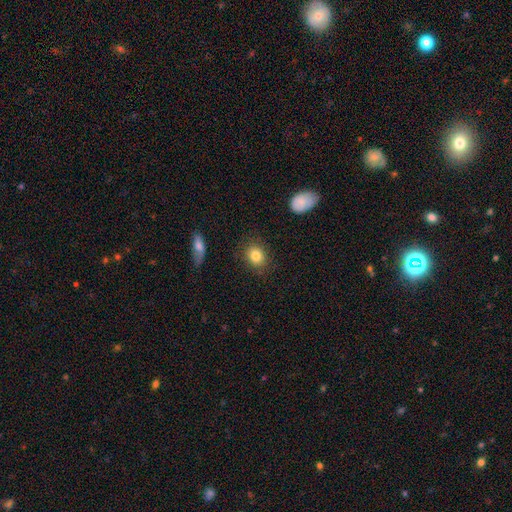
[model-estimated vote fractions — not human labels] A smooth galaxy with no disk features (83%) that is round (60%).

Vote fractions:
- Smooth or featured? smooth: 83% / star or artifact: 9% / featured or disk: 8%
- How rounded? round: 60% / in between: 38% / cigar-shaped: 1%
- Merging? none: 83% / minor disturbance: 11% / major disturbance: 3% / merger: 2%